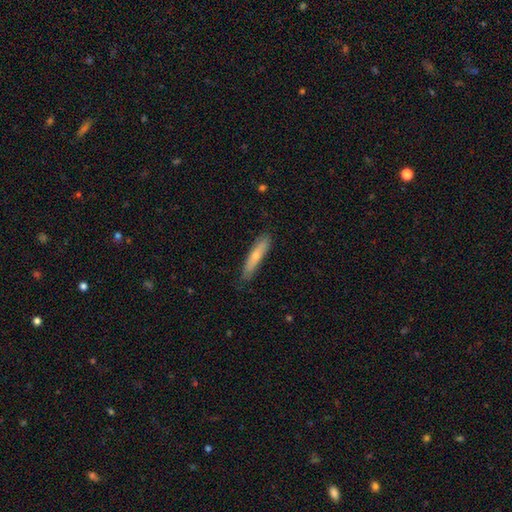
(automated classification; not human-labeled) This appears to be a smooth galaxy with no disk features (66%) that is cigar-shaped (87%). Merging: none (78%).